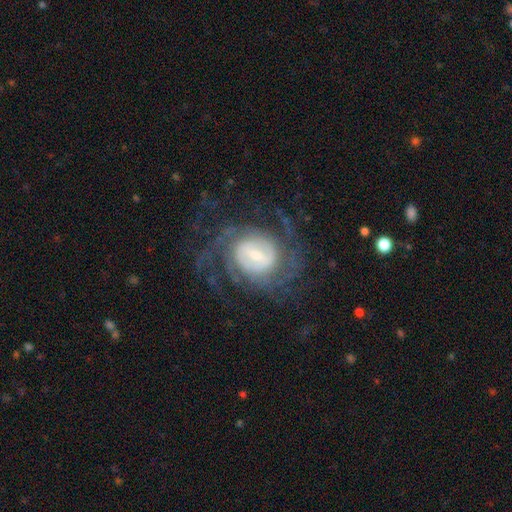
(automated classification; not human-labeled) smooth_or_featured: featured or disk (p=0.84) [alt: smooth p=0.09]
disk_edge_on: no (p=0.97) [alt: yes p=0.03]
bar: weak (p=0.52) [alt: strong p=0.28]
has_spiral_arms: yes (p=0.95) [alt: no p=0.05]
spiral_winding: tight (p=0.50) [alt: medium p=0.37]
spiral_arm_count: can't tell (p=0.32) [alt: 2 p=0.29]
bulge_size: small (p=0.44) [alt: moderate p=0.31]
merging: none (p=0.66) [alt: major disturbance p=0.18]